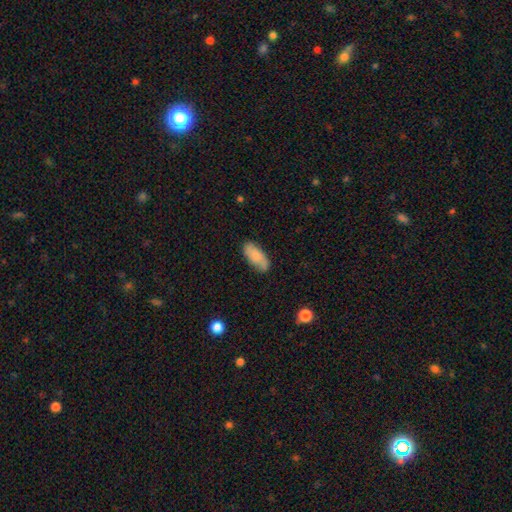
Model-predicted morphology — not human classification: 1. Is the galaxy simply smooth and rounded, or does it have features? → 79% smooth, 15% featured or disk, 7% star or artifact.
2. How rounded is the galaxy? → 86% in between, 11% cigar-shaped, 2% round.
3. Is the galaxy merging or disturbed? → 74% none, 20% minor disturbance, 4% major disturbance, 2% merger.